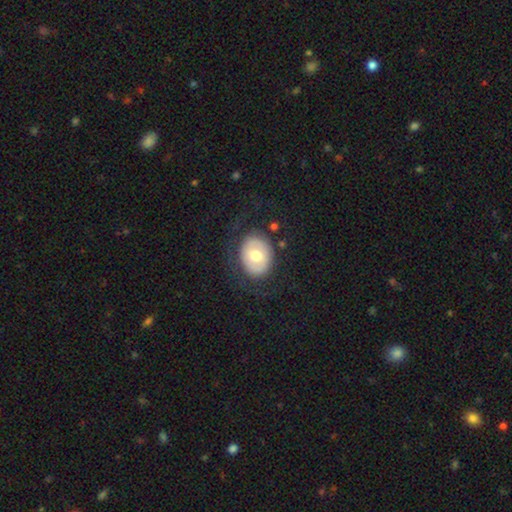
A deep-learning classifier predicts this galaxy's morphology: This is possibly a smooth galaxy (60%). How rounded: possibly in between (56%). Merging: likely none (74%).